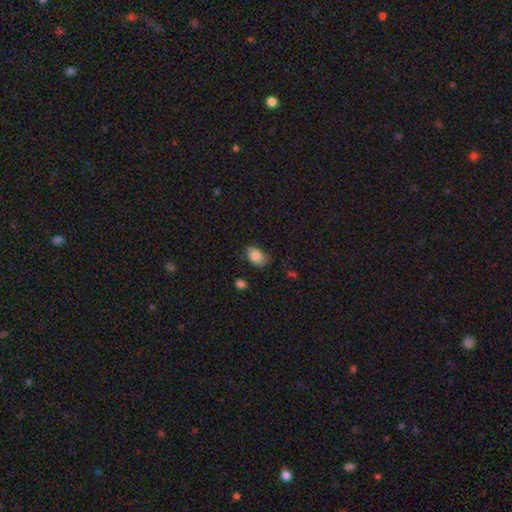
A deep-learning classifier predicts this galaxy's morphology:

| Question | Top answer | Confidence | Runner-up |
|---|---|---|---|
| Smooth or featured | smooth | 86% | star or artifact (8%) |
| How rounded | in between | 85% | round (14%) |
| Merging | none | 68% | minor disturbance (25%) |